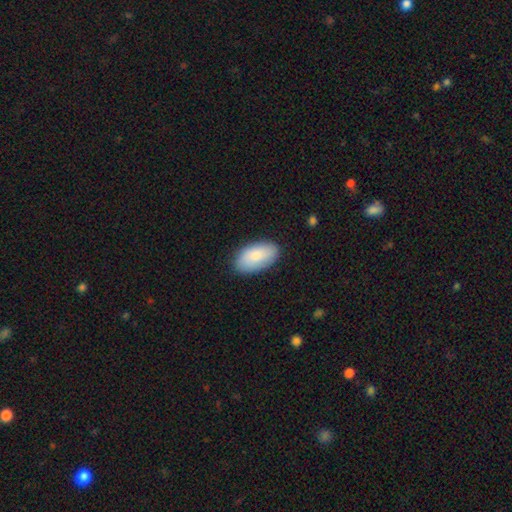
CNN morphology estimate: The model was most divided on "smooth or featured": smooth: 79%, featured or disk: 15%, star or artifact: 6%. More confident: how rounded — in between (95%); merging — none (85%).